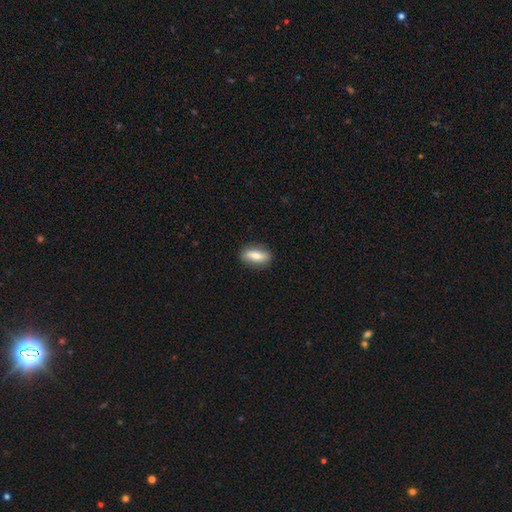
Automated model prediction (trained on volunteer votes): Smooth or featured: smooth — 66% (featured or disk — 27%)
How rounded: in between — 69% (cigar-shaped — 27%)
Merging: none — 86% (minor disturbance — 10%)